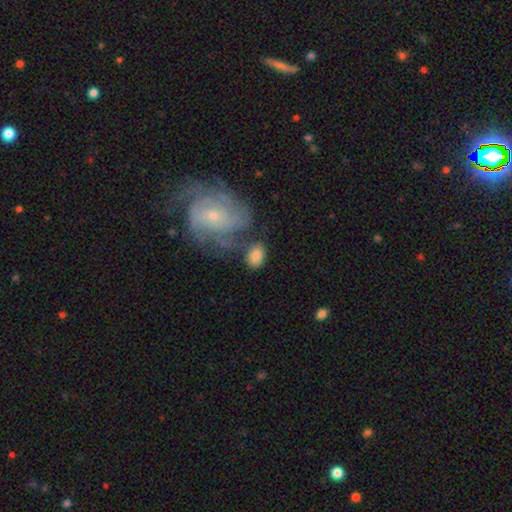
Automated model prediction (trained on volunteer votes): Smooth or featured? smooth (71%)
How rounded? in between (82%)
Merging? none (60%)